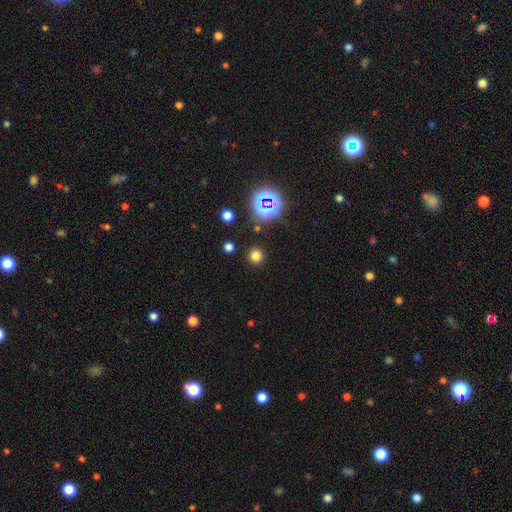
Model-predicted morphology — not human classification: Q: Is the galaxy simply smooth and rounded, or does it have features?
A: smooth — 72%.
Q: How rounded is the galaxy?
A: round — 93%.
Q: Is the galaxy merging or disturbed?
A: none — 89%.